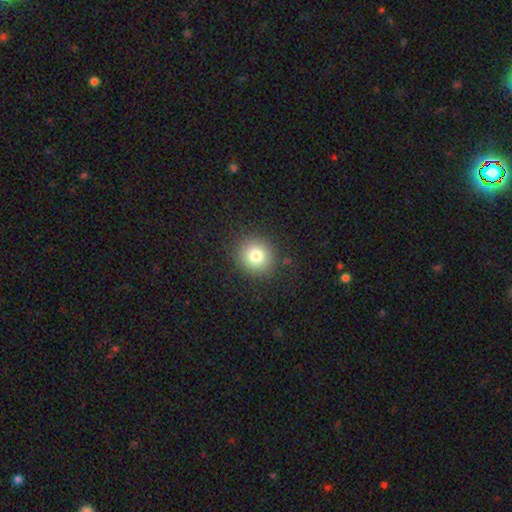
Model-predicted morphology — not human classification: Smooth or featured: smooth — 80% (star or artifact — 12%)
How rounded: round — 87% (in between — 12%)
Merging: none — 88% (minor disturbance — 8%)